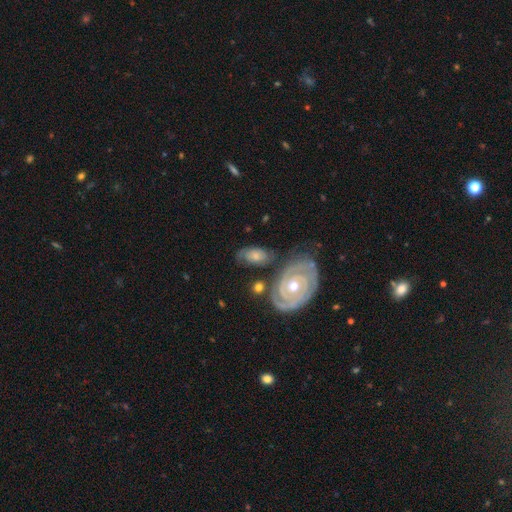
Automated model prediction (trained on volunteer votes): Q: Smooth or featured?
A: featured or disk (61%); runner-up: smooth (32%)
Q: Edge-on disk?
A: no (95%); runner-up: yes (5%)
Q: Bar?
A: no (74%); runner-up: weak (20%)
Q: Spiral arms?
A: yes (91%); runner-up: no (9%)
Q: Spiral winding?
A: tight (68%); runner-up: medium (26%)
Q: Spiral arm count?
A: 2 (65%); runner-up: can't tell (17%)
Q: Bulge size?
A: moderate (56%); runner-up: small (37%)
Q: Merging?
A: none (64%); runner-up: minor disturbance (20%)